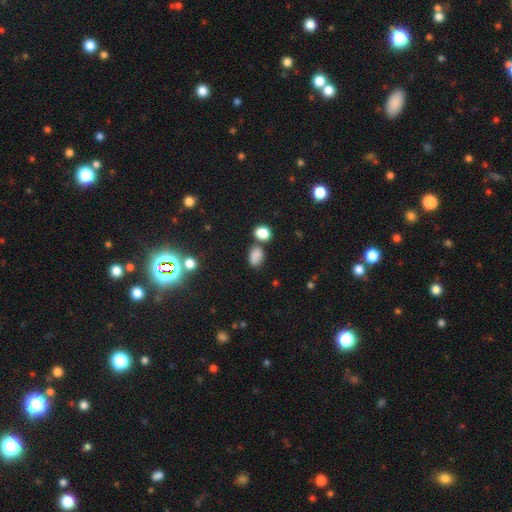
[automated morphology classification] Q: Smooth or featured?
A: smooth (79%); runner-up: star or artifact (14%)
Q: How rounded?
A: in between (78%); runner-up: round (21%)
Q: Merging?
A: none (60%); runner-up: merger (17%)